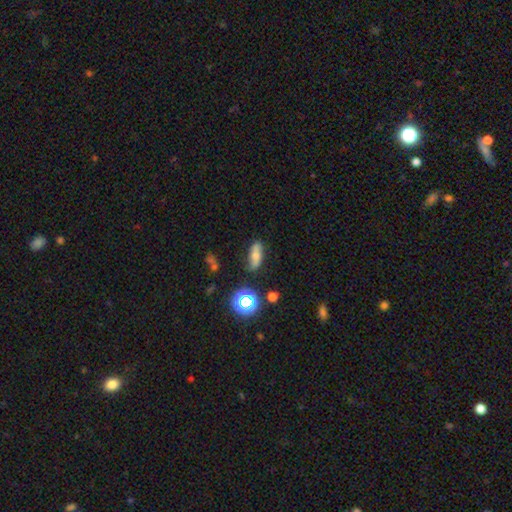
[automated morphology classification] This is possibly a smooth galaxy (55%). How rounded: likely in between (67%). Merging: likely none (71%).